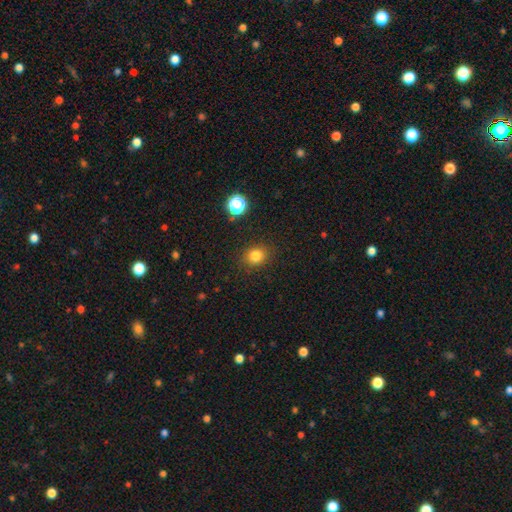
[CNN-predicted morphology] The model was most divided on "how rounded": round: 72%, in between: 27%, cigar-shaped: 1%. More confident: merging — none (87%); smooth or featured — smooth (81%).